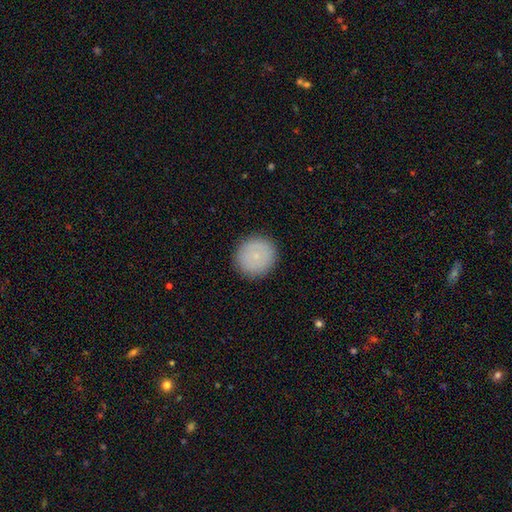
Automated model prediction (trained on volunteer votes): smooth-or-featured: smooth: 78% | featured or disk: 14% | star or artifact: 8%
  how-rounded: round: 92% | in between: 7% | cigar-shaped: 1%
  merging: none: 90% | minor disturbance: 7% | major disturbance: 2% | merger: 1%